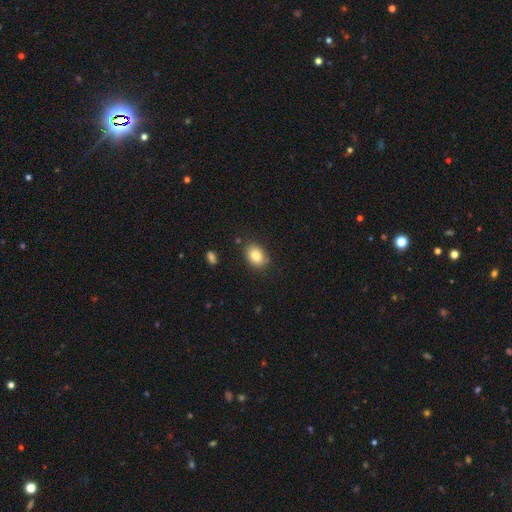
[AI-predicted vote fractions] Overall: smooth (84%). How rounded: in between (74%). Merging: none (81%).